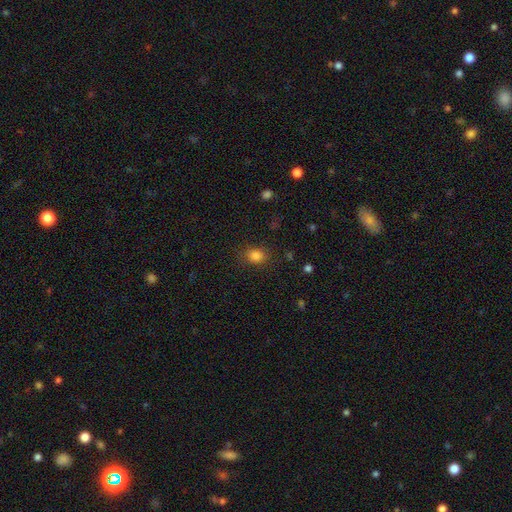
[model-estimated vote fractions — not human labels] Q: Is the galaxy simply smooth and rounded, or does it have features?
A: smooth — 83%.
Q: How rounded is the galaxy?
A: round — 50%.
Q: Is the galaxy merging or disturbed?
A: none — 83%.